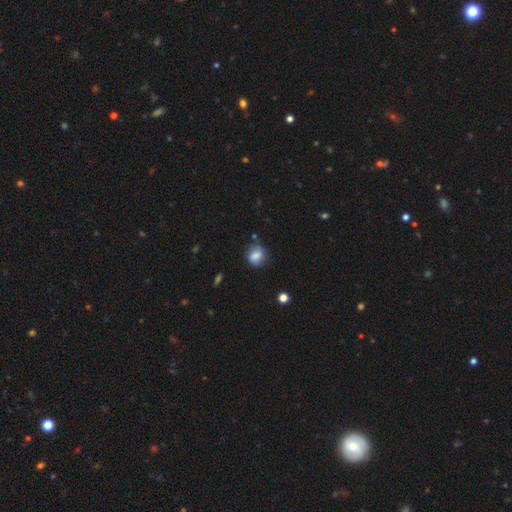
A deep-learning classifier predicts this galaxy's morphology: smooth 63%, featured or disk 28%, star or artifact 10%. Down the decision tree: how rounded — round (74%); merging — none (71%).